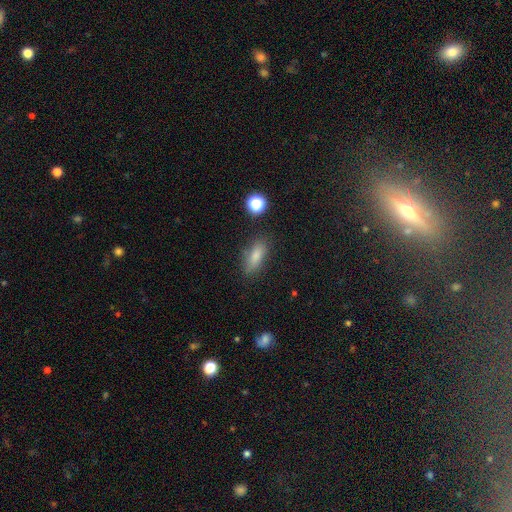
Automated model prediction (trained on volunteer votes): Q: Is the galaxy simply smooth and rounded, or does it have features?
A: smooth — 80%.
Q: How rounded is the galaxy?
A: in between — 67%.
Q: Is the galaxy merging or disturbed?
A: none — 75%.